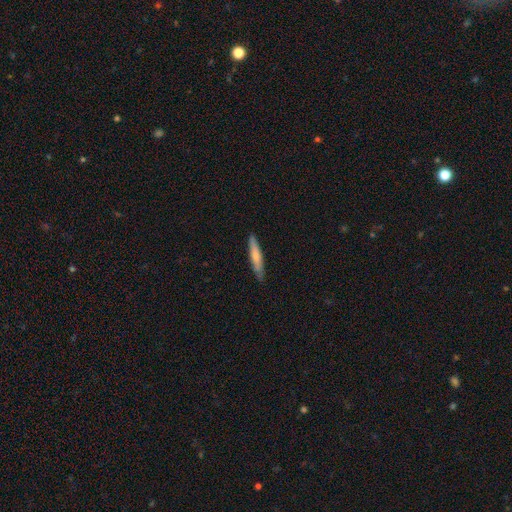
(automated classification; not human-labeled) The model was most divided on "smooth or featured": smooth: 66%, featured or disk: 29%, star or artifact: 5%. More confident: how rounded — cigar-shaped (88%); merging — none (84%).